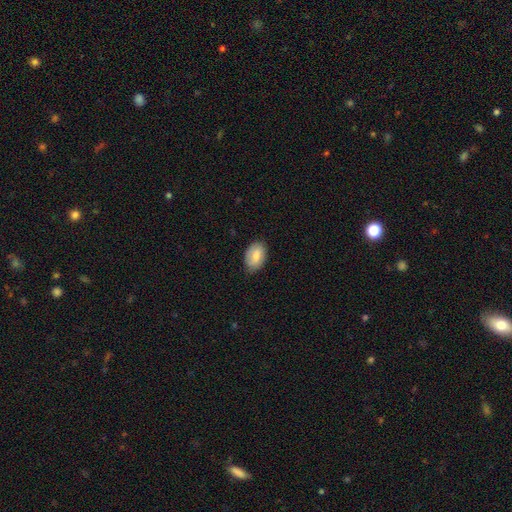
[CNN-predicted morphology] smooth-or-featured: smooth: 80% | featured or disk: 13% | star or artifact: 7%
  how-rounded: in between: 91% | round: 7% | cigar-shaped: 1%
  merging: none: 79% | minor disturbance: 17% | major disturbance: 3% | merger: 1%